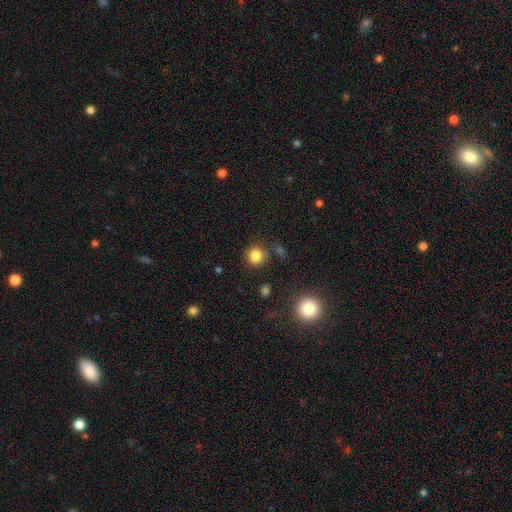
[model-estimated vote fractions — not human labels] Smooth or featured: smooth — 84% (star or artifact — 11%)
How rounded: round — 84% (in between — 15%)
Merging: none — 79% (minor disturbance — 11%)